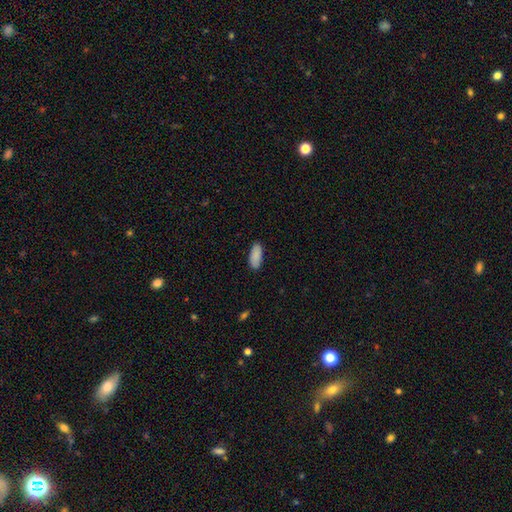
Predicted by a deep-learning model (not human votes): The model was most divided on "how rounded": in between: 84%, cigar-shaped: 14%, round: 2%. More confident: smooth or featured — smooth (89%); merging — none (86%).